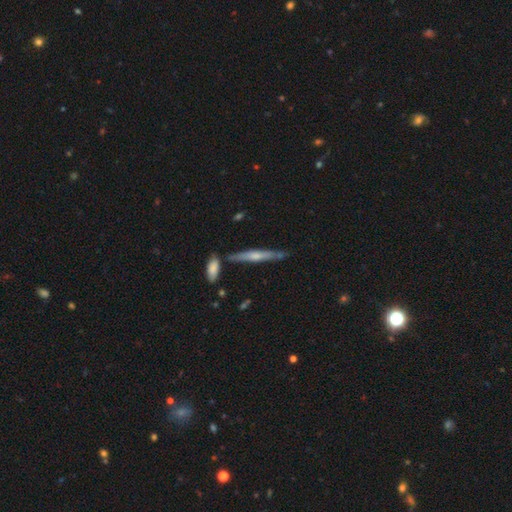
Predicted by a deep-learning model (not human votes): Smooth or featured: featured or disk — 51% (smooth — 43%)
Edge-on disk: yes — 93% (no — 7%)
Merging: none — 75% (minor disturbance — 14%)